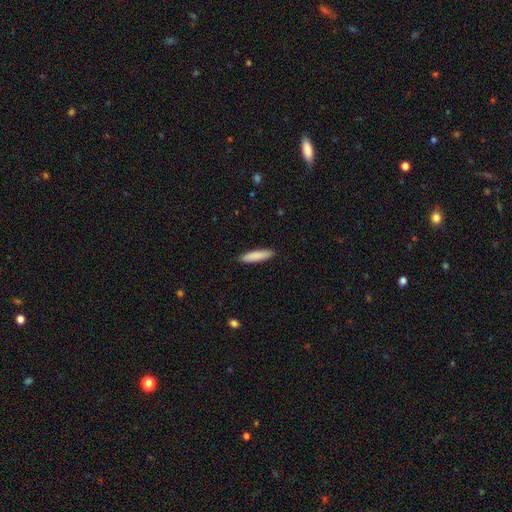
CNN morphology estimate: The model was most divided on "how rounded": cigar-shaped: 77%, in between: 22%, round: 1%. More confident: merging — none (90%); smooth or featured — smooth (87%).